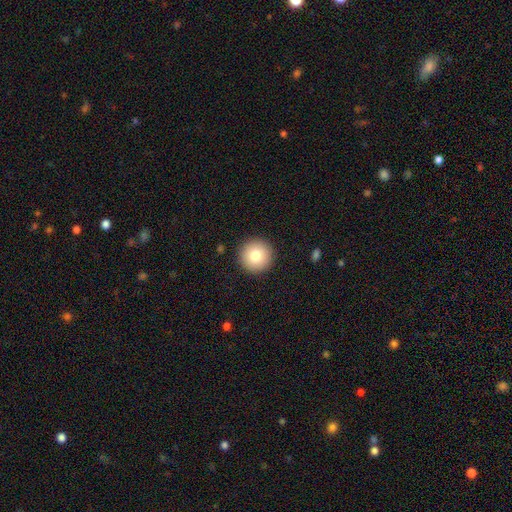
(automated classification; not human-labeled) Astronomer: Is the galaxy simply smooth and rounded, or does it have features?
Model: smooth — 79%.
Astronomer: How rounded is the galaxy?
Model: round — 96%.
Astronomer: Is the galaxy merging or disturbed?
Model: none — 93%.